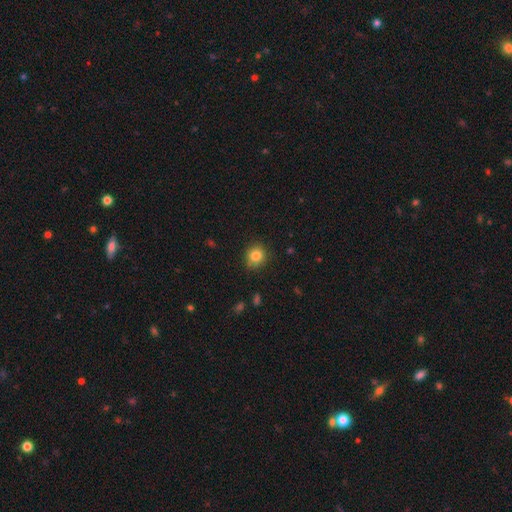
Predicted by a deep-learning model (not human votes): A smooth galaxy with no disk features (84%) that is round (85%).

Vote fractions:
- Smooth or featured? smooth: 84% / star or artifact: 11% / featured or disk: 6%
- How rounded? round: 85% / in between: 14% / cigar-shaped: 1%
- Merging? none: 84% / minor disturbance: 12% / major disturbance: 3% / merger: 2%